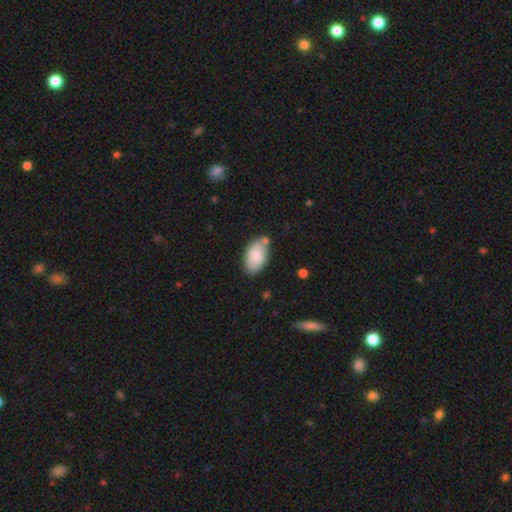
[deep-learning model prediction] Morphology: type=smooth (82%); roundness=in between (95%); merging=none (74%).